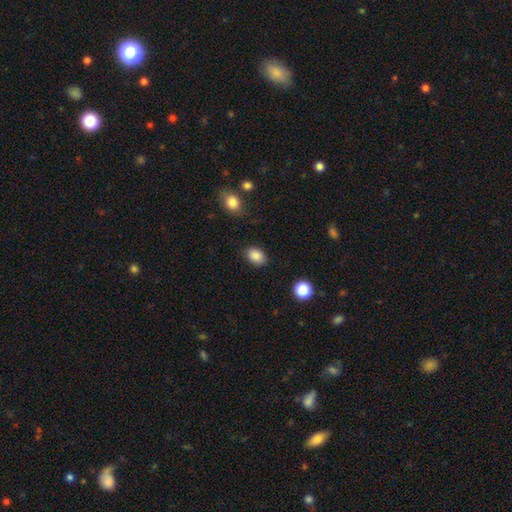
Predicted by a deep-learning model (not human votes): smooth_or_featured: smooth (p=0.87) [alt: star or artifact p=0.09]
how_rounded: in between (p=0.74) [alt: round p=0.25]
merging: none (p=0.83) [alt: minor disturbance p=0.12]